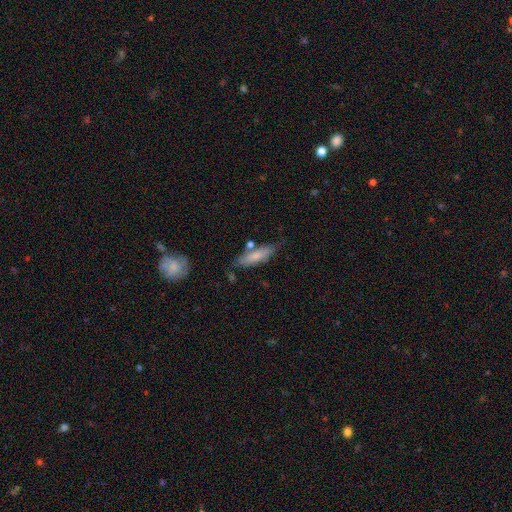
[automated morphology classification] smooth_or_featured: smooth (p=0.73) [alt: featured or disk p=0.21]
how_rounded: cigar-shaped (p=0.60) [alt: in between p=0.38]
merging: none (p=0.68) [alt: minor disturbance p=0.20]